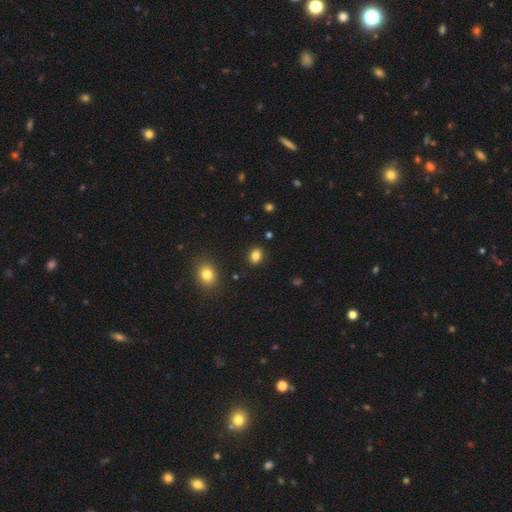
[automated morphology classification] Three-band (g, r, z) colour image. It shows a smooth galaxy with no disk features (84%) that is round (54%). Merging: none (89%).